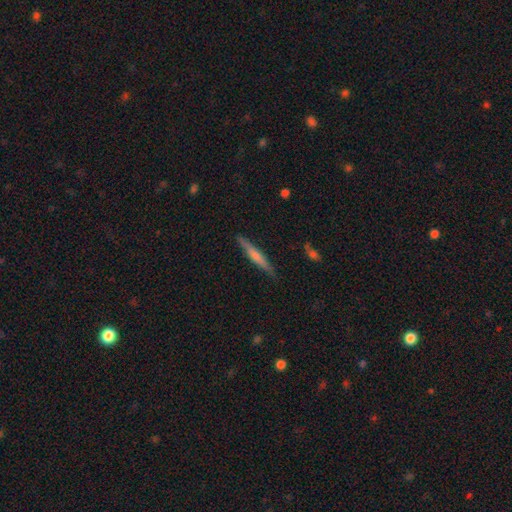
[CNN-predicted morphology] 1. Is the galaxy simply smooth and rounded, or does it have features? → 51% smooth, 44% featured or disk, 6% star or artifact.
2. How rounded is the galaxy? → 94% cigar-shaped, 4% in between, 2% round.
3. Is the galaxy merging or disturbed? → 88% none, 9% minor disturbance, 2% major disturbance, 1% merger.